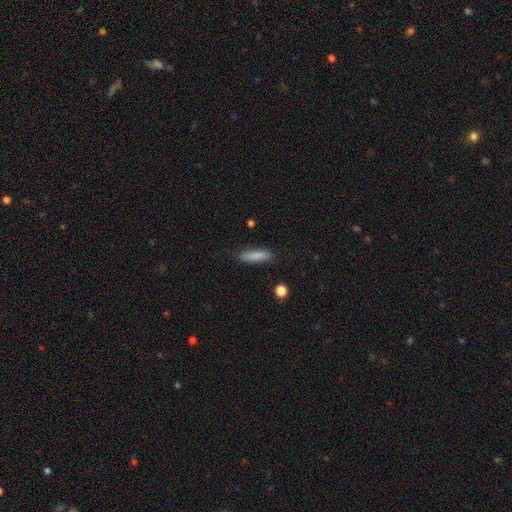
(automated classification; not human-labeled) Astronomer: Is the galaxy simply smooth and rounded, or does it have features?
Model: smooth — 86%.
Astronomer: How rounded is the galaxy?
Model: cigar-shaped — 67%.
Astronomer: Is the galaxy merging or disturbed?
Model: none — 85%.